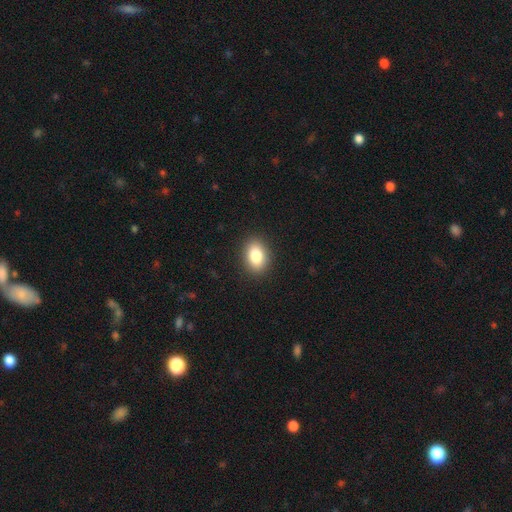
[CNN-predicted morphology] Q: Smooth or featured?
A: smooth (84%); runner-up: star or artifact (9%)
Q: How rounded?
A: in between (81%); runner-up: round (18%)
Q: Merging?
A: none (89%); runner-up: minor disturbance (8%)